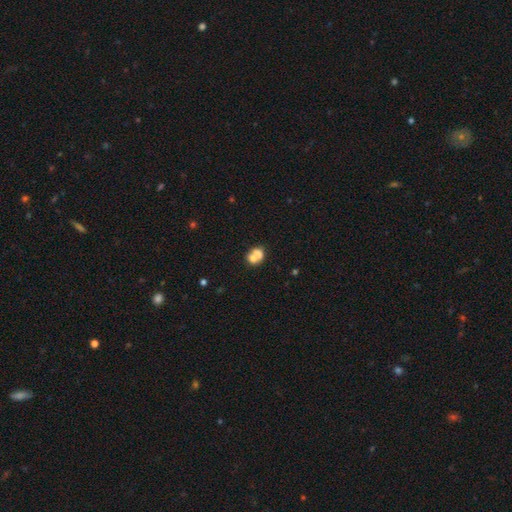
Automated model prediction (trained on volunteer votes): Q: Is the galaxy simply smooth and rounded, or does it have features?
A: smooth — 65%.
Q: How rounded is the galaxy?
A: round — 62%.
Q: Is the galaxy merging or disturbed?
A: merger — 63%.